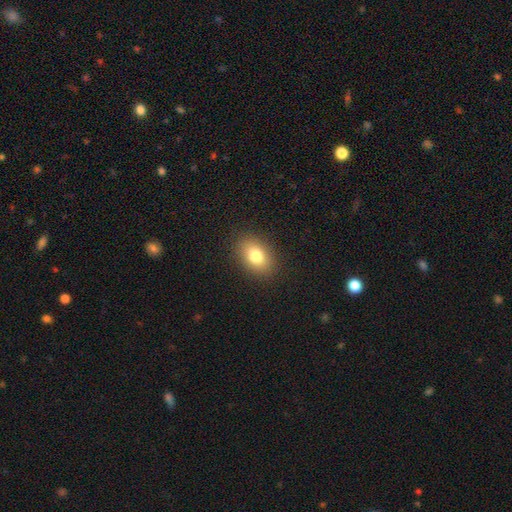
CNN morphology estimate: This is clearly a smooth galaxy (81%). How rounded: clearly in between (81%). Merging: clearly none (88%).